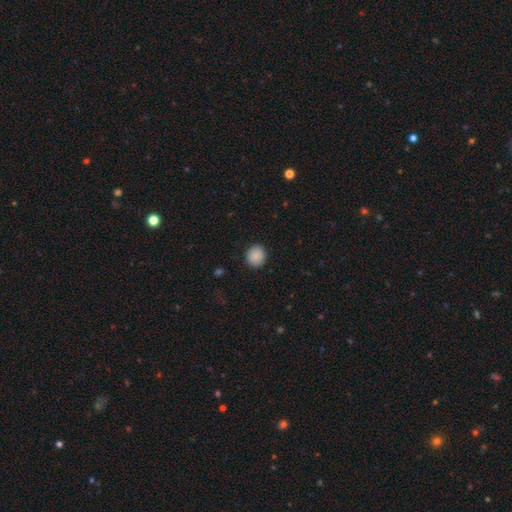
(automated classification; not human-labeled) smooth 88%, star or artifact 8%, featured or disk 3%. Down the decision tree: how rounded — round (85%); merging — none (91%).